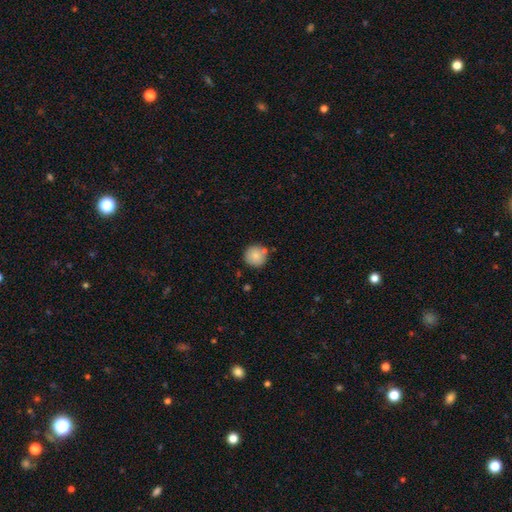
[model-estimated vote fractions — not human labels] Morphology: type=smooth (84%); roundness=round (94%); merging=none (79%).